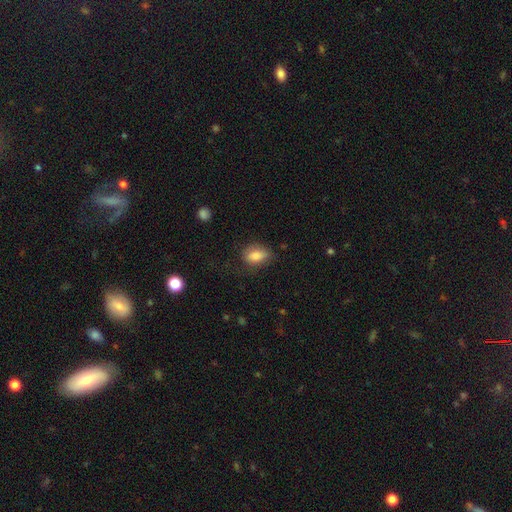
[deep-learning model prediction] smooth-or-featured: smooth: 84% | star or artifact: 8% | featured or disk: 8%
  how-rounded: in between: 86% | round: 11% | cigar-shaped: 3%
  merging: none: 63% | minor disturbance: 26% | major disturbance: 10% | merger: 2%